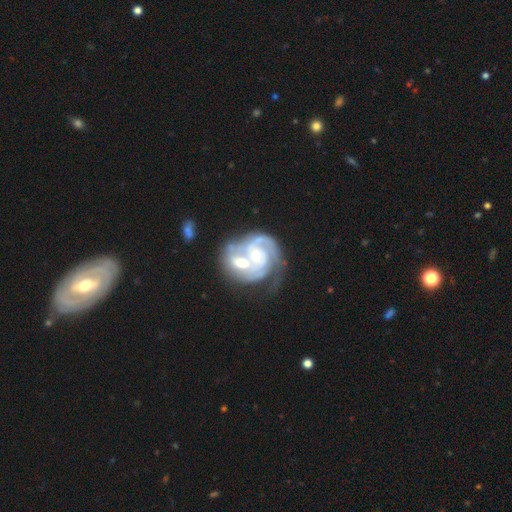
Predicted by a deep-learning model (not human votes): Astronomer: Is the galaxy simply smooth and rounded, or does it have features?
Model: featured or disk — 85%.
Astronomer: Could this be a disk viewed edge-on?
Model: no — 98%.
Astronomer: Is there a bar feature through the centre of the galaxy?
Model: no — 65%.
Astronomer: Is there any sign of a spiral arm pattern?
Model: yes — 92%.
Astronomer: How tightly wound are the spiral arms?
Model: tight — 61%.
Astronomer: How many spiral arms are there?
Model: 2 — 46% (runner-up: can't tell, 24%).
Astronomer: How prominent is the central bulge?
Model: moderate — 62%.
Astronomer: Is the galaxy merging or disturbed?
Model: merger — 70%.